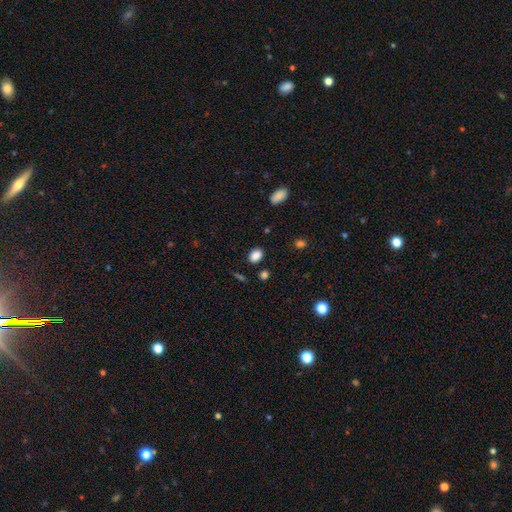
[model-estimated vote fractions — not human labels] This appears to be a smooth galaxy with no disk features (86%) that is in between round and cigar-shaped (74%). Merging: none (85%).